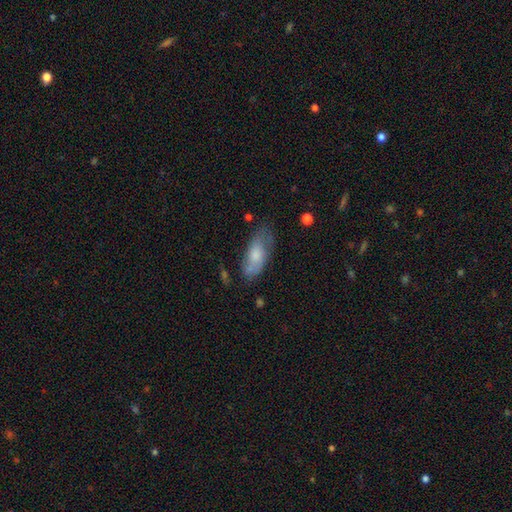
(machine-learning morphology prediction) Smooth or featured? Predicted: smooth (p=0.64). How rounded? Predicted: in between (p=0.84). Merging? Predicted: none (p=0.54).